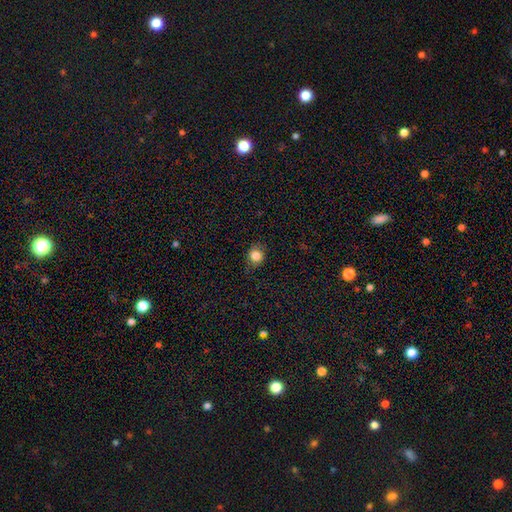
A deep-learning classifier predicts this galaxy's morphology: Q: Smooth or featured?
A: smooth (82%); runner-up: star or artifact (11%)
Q: How rounded?
A: round (73%); runner-up: in between (26%)
Q: Merging?
A: none (81%); runner-up: minor disturbance (15%)